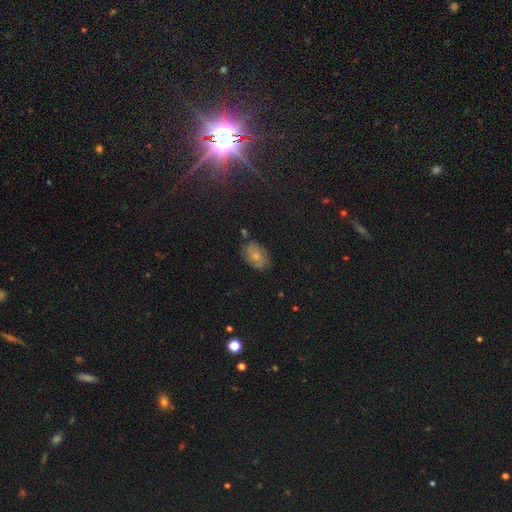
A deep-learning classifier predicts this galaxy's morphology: smooth-or-featured: smooth: 63% | featured or disk: 24% | star or artifact: 13%
  how-rounded: in between: 85% | round: 14% | cigar-shaped: 2%
  merging: none: 72% | minor disturbance: 19% | major disturbance: 5% | merger: 3%